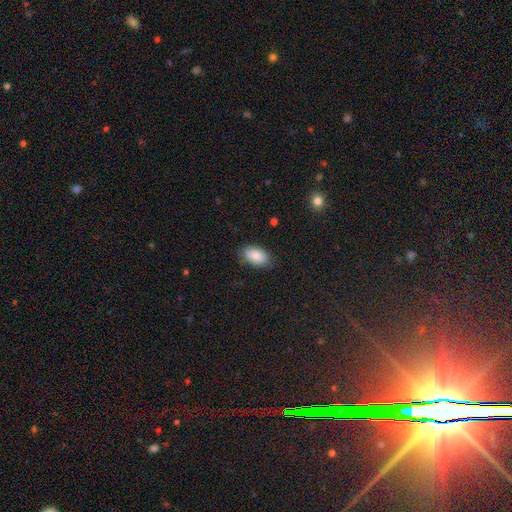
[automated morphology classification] Smooth or featured? Predicted: smooth (p=0.87). How rounded? Predicted: in between (p=0.94). Merging? Predicted: none (p=0.79).